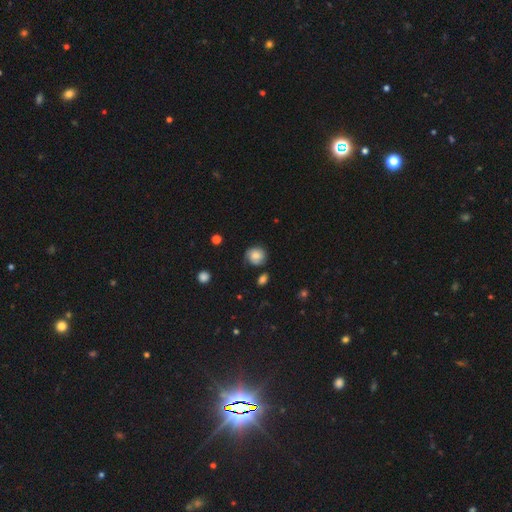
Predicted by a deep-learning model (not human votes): smooth 63%, featured or disk 28%, star or artifact 9%. Down the decision tree: how rounded — round (78%); merging — none (65%).